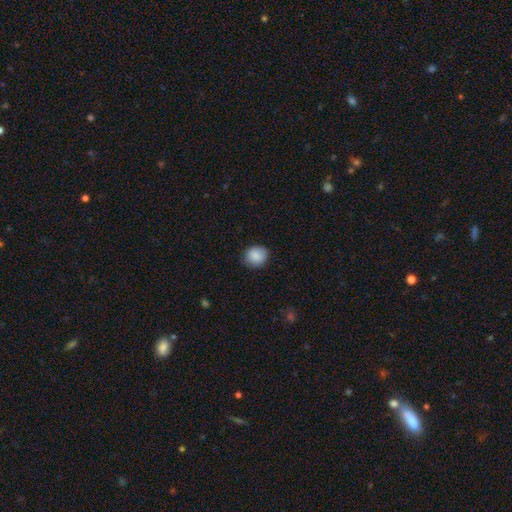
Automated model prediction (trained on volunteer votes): Smooth or featured: smooth — 88% (star or artifact — 8%)
How rounded: round — 73% (in between — 26%)
Merging: none — 82% (minor disturbance — 14%)